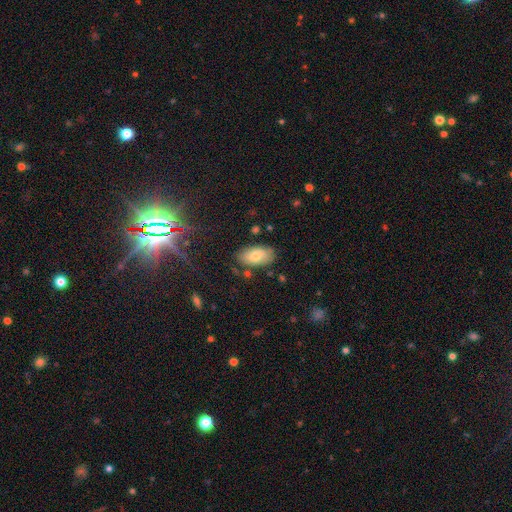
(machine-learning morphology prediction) type=smooth (73%); roundness=in between (94%); merging=none (78%).